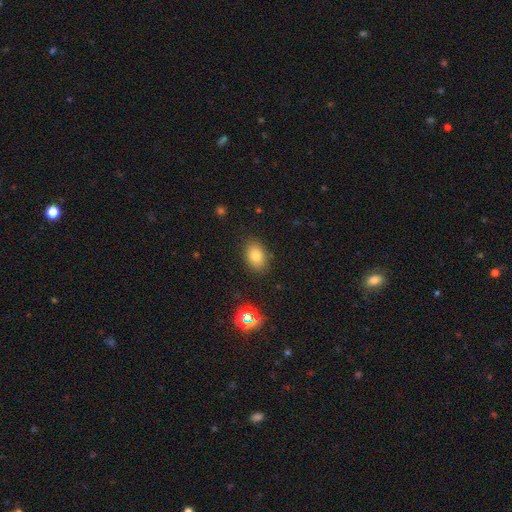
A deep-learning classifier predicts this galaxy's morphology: The model was most divided on "how rounded": in between: 77%, round: 22%, cigar-shaped: 1%. More confident: merging — none (85%); smooth or featured — smooth (79%).